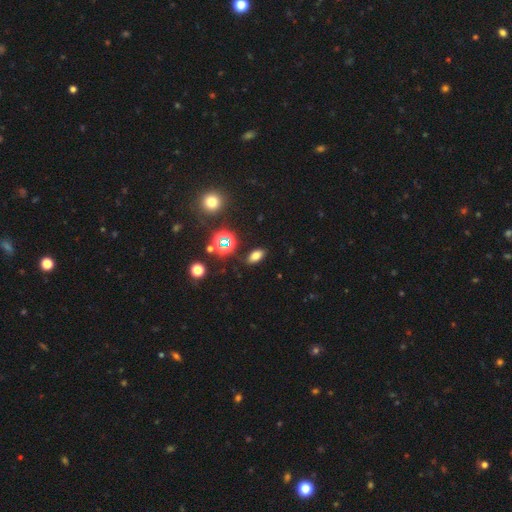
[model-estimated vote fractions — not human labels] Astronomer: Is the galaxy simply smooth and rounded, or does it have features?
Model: smooth — 69%.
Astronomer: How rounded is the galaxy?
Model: in between — 84%.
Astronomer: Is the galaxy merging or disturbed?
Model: none — 87%.